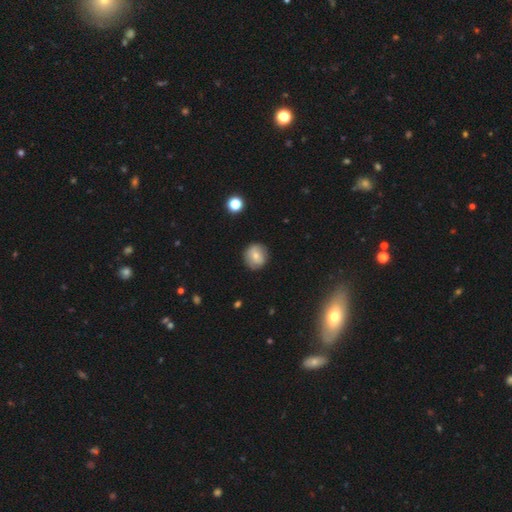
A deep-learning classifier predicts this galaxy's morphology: smooth-or-featured: smooth: 65% | featured or disk: 25% | star or artifact: 10%
  how-rounded: round: 90% | in between: 9% | cigar-shaped: 1%
  merging: none: 84% | minor disturbance: 12% | major disturbance: 3% | merger: 1%